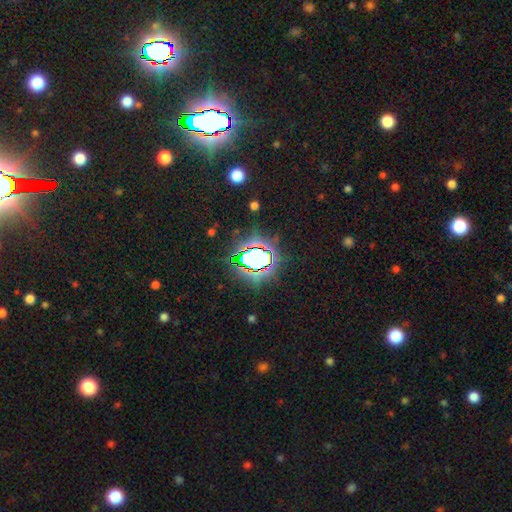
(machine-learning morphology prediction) star or artifact 82%, smooth 11%, featured or disk 8%.